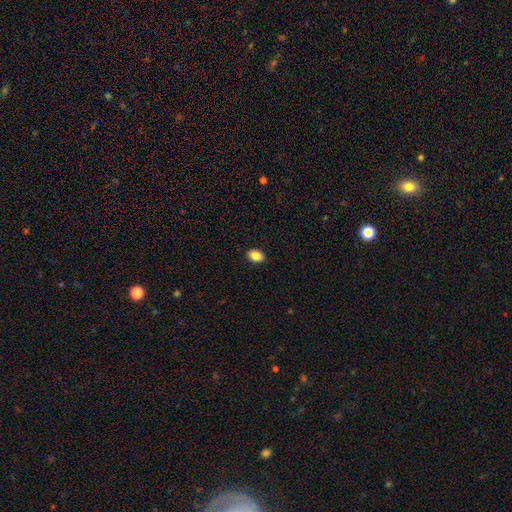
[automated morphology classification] Smooth or featured: smooth — 86% (star or artifact — 8%)
How rounded: in between — 83% (round — 16%)
Merging: none — 90% (minor disturbance — 7%)